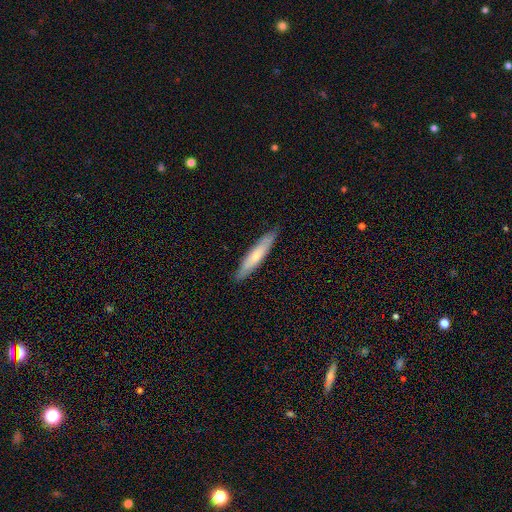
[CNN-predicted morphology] smooth_or_featured: smooth (p=0.57) [alt: featured or disk p=0.37]
how_rounded: cigar-shaped (p=0.88) [alt: in between p=0.11]
merging: none (p=0.88) [alt: minor disturbance p=0.09]